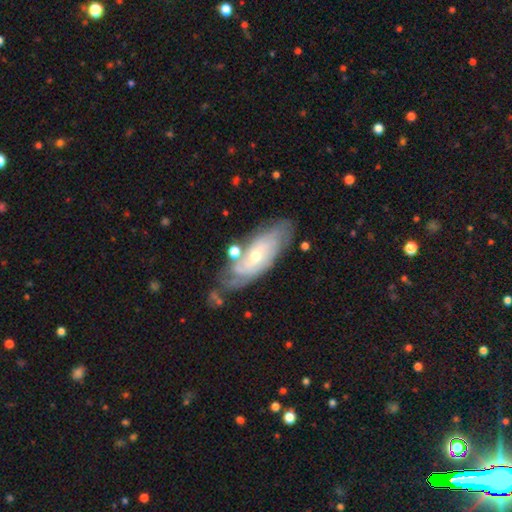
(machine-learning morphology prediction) A featured or disk galaxy (72%) with no bar (65%), tight (65%) spiral arms (85%) and a small central bulge (56%).

Vote fractions:
- Smooth or featured? featured or disk: 72% / smooth: 21% / star or artifact: 6%
- Edge-on disk? no: 86% / yes: 14%
- Bar? no: 65% / weak: 28% / strong: 7%
- Spiral arms? yes: 85% / no: 15%
- Spiral winding? tight: 65% / medium: 26% / loose: 9%
- Spiral arm count? can't tell: 55% / 2: 24% / 3: 9% / 4: 5% / 1: 3% / more than 4: 3%
- Bulge size? small: 56% / moderate: 41% / large: 2% / none: 1% / dominant: 1%
- Merging? none: 63% / minor disturbance: 22% / major disturbance: 8% / merger: 6%